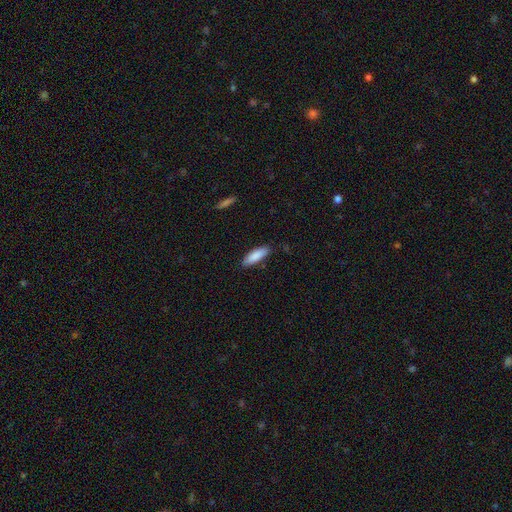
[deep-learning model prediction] smooth_or_featured: smooth (p=0.87) [alt: featured or disk p=0.07]
how_rounded: in between (p=0.51) [alt: cigar-shaped p=0.47]
merging: none (p=0.85) [alt: minor disturbance p=0.11]